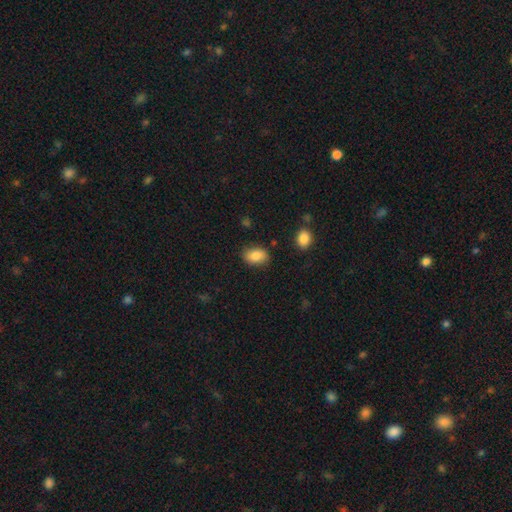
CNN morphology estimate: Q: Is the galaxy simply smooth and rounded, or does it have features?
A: smooth — 85%.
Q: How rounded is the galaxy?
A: in between — 84%.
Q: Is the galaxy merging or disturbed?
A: none — 82%.